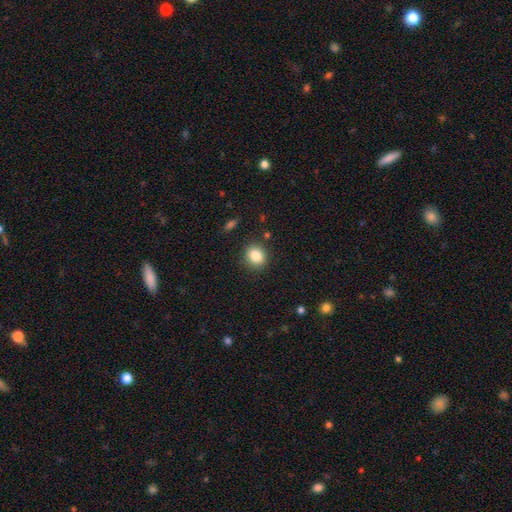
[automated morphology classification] smooth_or_featured: smooth (p=0.84) [alt: star or artifact p=0.10]
how_rounded: round (p=0.69) [alt: in between p=0.30]
merging: none (p=0.87) [alt: minor disturbance p=0.09]